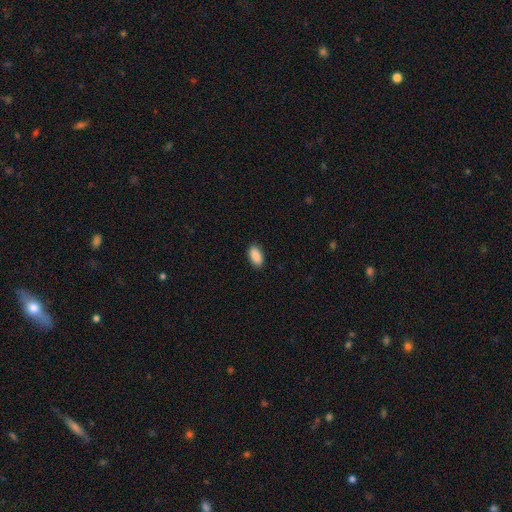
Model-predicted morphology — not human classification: Overall: smooth (90%). How rounded: in between (93%). Merging: none (89%).